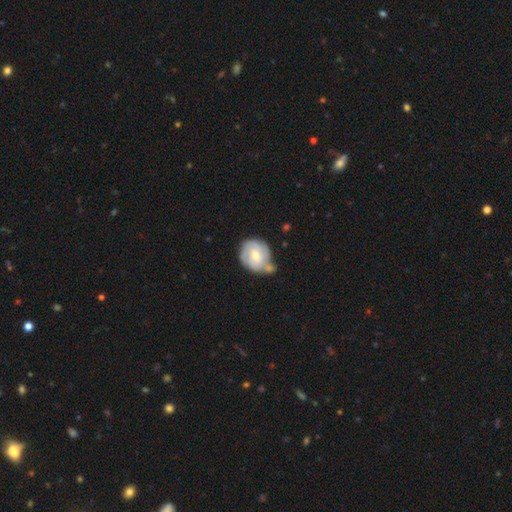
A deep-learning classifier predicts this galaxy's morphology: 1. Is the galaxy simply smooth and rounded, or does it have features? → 53% featured or disk, 41% smooth, 6% star or artifact.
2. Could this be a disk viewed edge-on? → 97% no, 3% yes.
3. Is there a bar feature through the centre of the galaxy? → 59% no, 35% weak, 6% strong.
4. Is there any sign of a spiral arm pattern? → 70% yes, 30% no.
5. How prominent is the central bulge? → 51% moderate, 44% small, 2% large, 2% none, 1% dominant.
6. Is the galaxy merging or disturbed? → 35% none, 32% merger, 24% minor disturbance, 9% major disturbance.